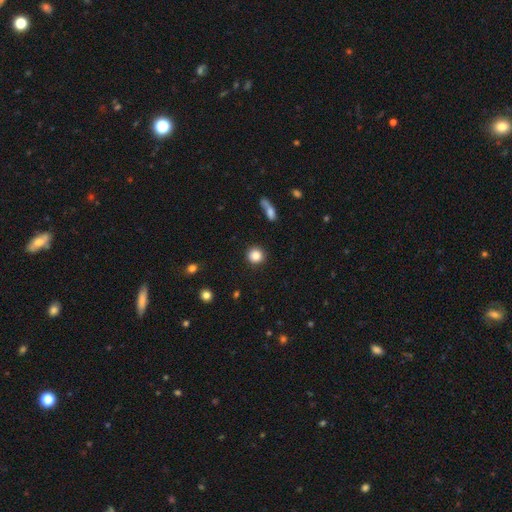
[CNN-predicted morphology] Smooth or featured? smooth (85%)
How rounded? round (92%)
Merging? none (90%)